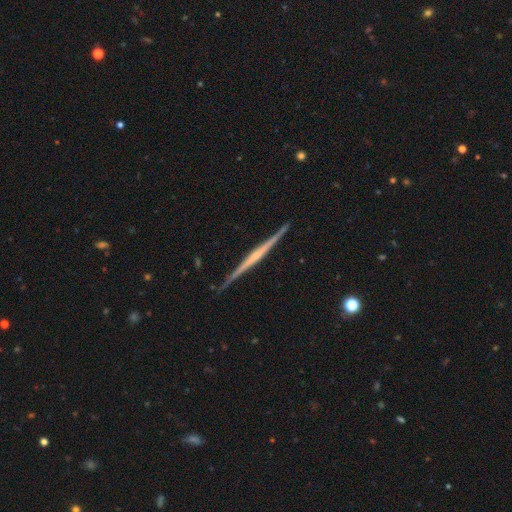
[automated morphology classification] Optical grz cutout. It shows a featured or disk galaxy (78%) viewed edge-on (99%) with no central bulge (53%). Merging: none (91%).